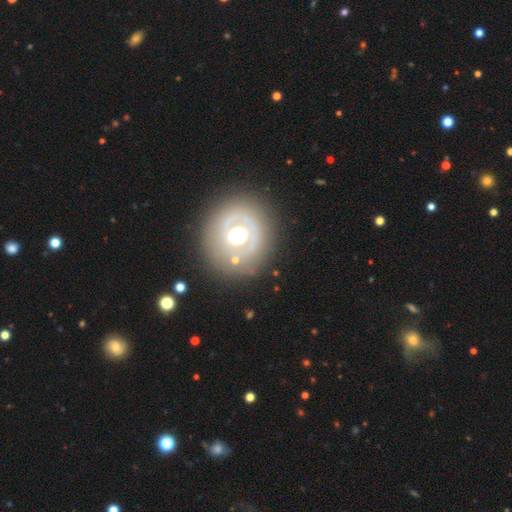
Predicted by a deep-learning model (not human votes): Smooth or featured? Predicted: featured or disk (p=0.58). Edge-on disk? Predicted: no (p=0.95). Bar? Predicted: no (p=0.83). Spiral arms? Predicted: no (p=0.75). Bulge size? Predicted: moderate (p=0.57). Merging? Predicted: none (p=0.79).